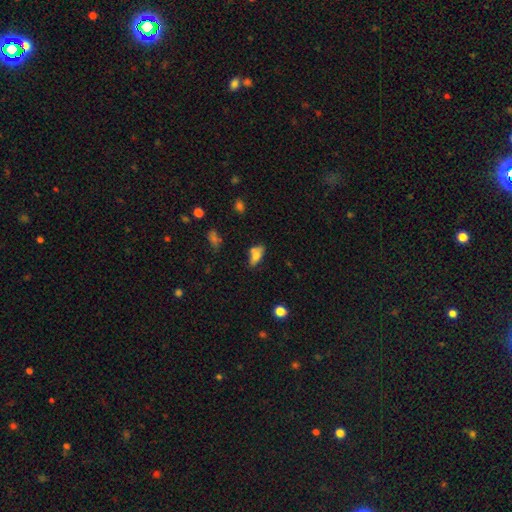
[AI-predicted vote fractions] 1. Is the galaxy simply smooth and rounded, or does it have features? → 71% smooth, 20% featured or disk, 9% star or artifact.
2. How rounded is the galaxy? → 86% in between, 8% cigar-shaped, 6% round.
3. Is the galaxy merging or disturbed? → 48% none, 25% minor disturbance, 18% merger, 8% major disturbance.